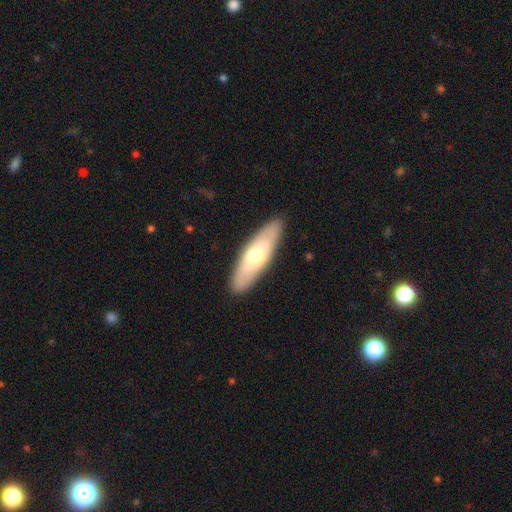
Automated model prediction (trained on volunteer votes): Smooth or featured? Predicted: smooth (p=0.61). How rounded? Predicted: cigar-shaped (p=0.58). Merging? Predicted: none (p=0.89).